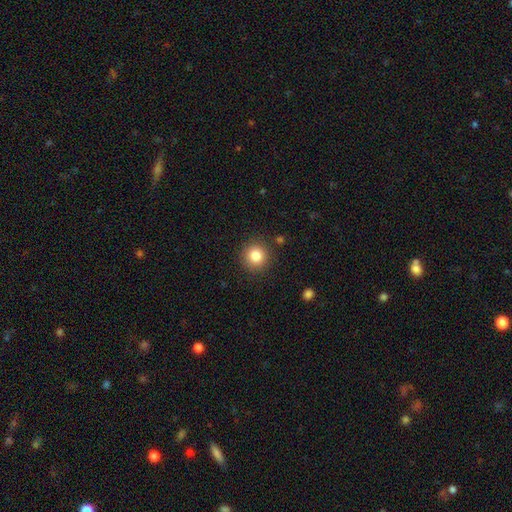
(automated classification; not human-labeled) Overall: smooth (84%). How rounded: round (93%). Merging: none (89%).